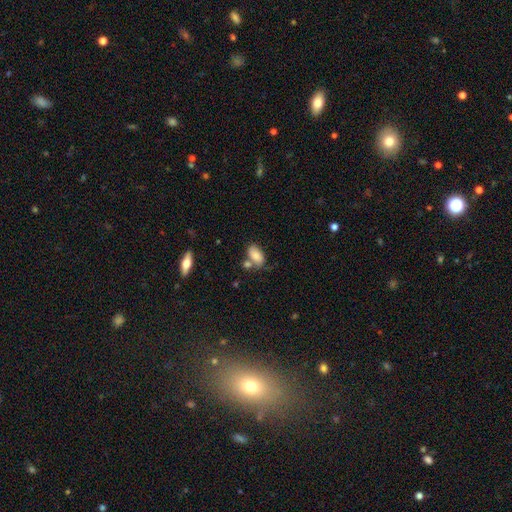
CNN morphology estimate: Smooth or featured? smooth (77%)
How rounded? in between (91%)
Merging? none (50%)